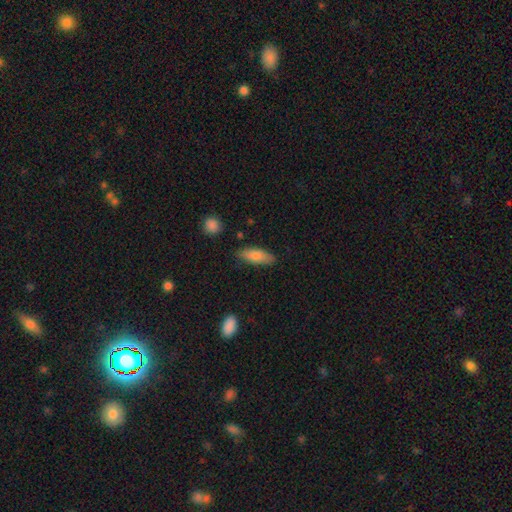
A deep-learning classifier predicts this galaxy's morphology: Q: Smooth or featured?
A: smooth (81%); runner-up: featured or disk (13%)
Q: How rounded?
A: in between (67%); runner-up: cigar-shaped (31%)
Q: Merging?
A: none (81%); runner-up: minor disturbance (14%)